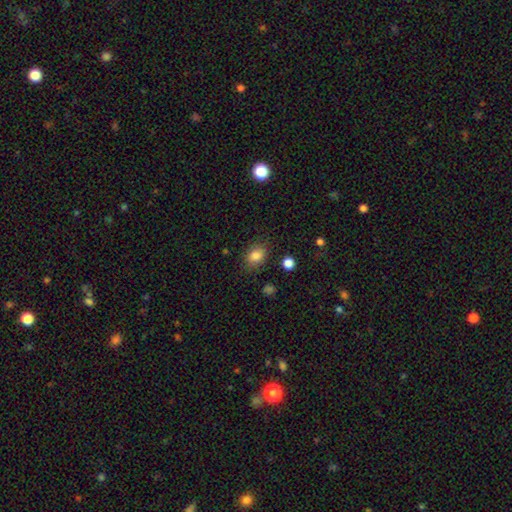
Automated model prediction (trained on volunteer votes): Q: Smooth or featured?
A: smooth (83%); runner-up: star or artifact (11%)
Q: How rounded?
A: in between (59%); runner-up: round (40%)
Q: Merging?
A: none (81%); runner-up: minor disturbance (13%)